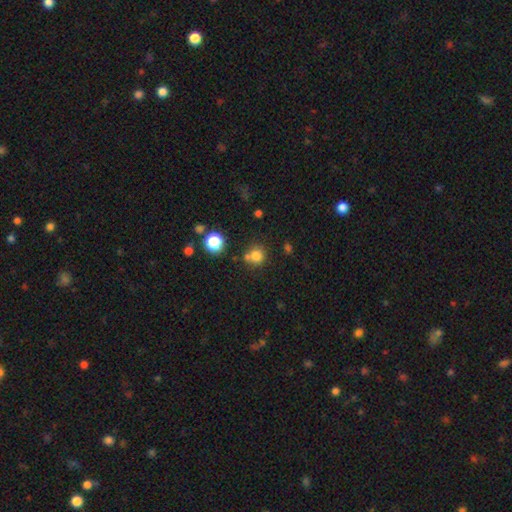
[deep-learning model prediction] The model was most divided on "merging": none: 62%, merger: 21%, minor disturbance: 13%, major disturbance: 5%. More confident: how rounded — round (86%); smooth or featured — smooth (77%).